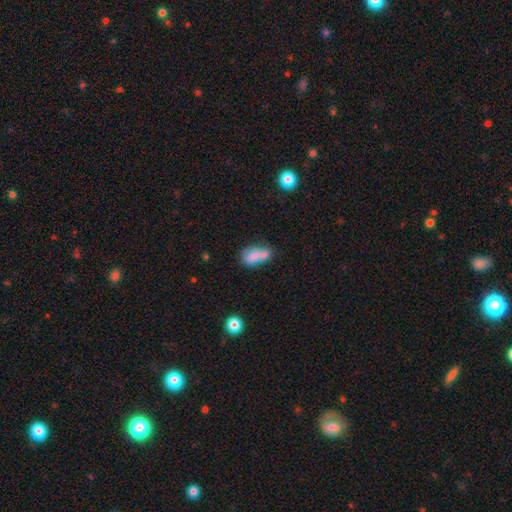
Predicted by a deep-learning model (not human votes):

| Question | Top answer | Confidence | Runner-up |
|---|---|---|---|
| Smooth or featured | smooth | 71% | featured or disk (20%) |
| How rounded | in between | 84% | round (11%) |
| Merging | merger | 45% | none (31%) |